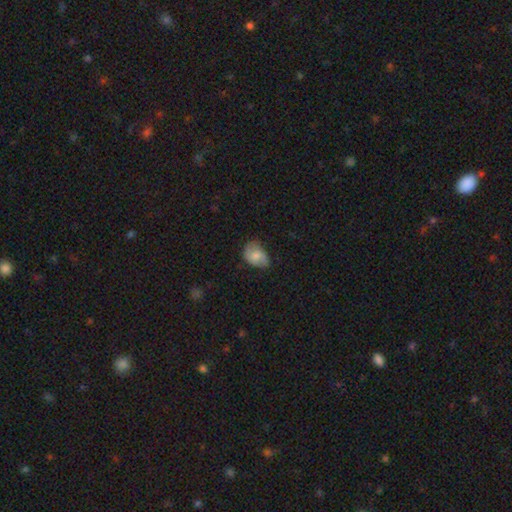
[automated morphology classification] Overall: smooth (64%; featured or disk 29%). How rounded: in between (75%). Merging: none (56%; minor disturbance 34%).